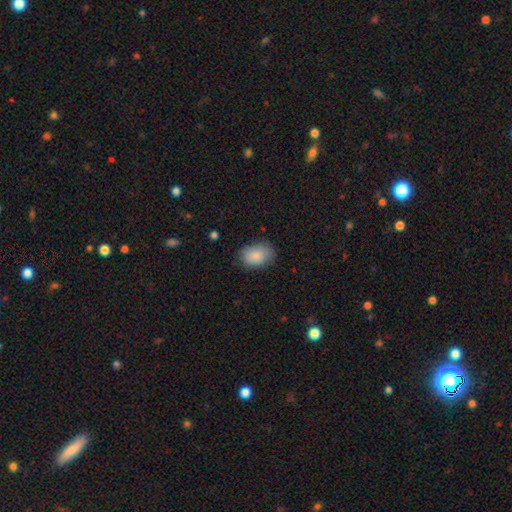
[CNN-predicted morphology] A smooth galaxy with no disk features (87%) that is in between round and cigar-shaped (84%).

Vote fractions:
- Smooth or featured? smooth: 87% / star or artifact: 7% / featured or disk: 6%
- How rounded? in between: 84% / round: 15% / cigar-shaped: 1%
- Merging? none: 79% / minor disturbance: 16% / major disturbance: 4% / merger: 1%